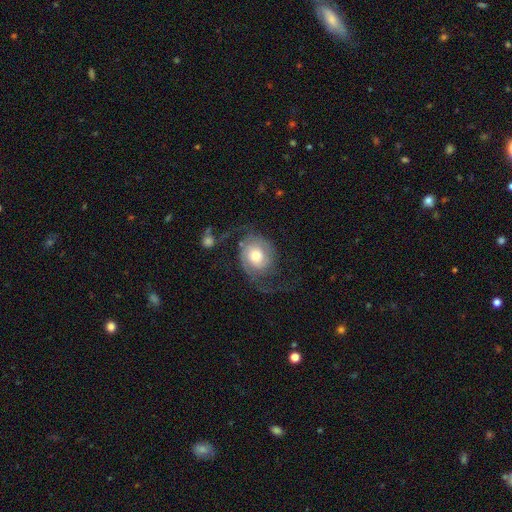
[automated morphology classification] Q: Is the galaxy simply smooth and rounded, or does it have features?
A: featured or disk — 73%.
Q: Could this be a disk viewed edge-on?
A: no — 97%.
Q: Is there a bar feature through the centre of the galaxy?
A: no — 72%.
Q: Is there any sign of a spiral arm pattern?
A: yes — 91%.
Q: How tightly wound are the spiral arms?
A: loose — 41%.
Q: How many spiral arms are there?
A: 2 — 75%.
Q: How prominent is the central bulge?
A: moderate — 62%.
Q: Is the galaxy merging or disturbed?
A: none — 48%.